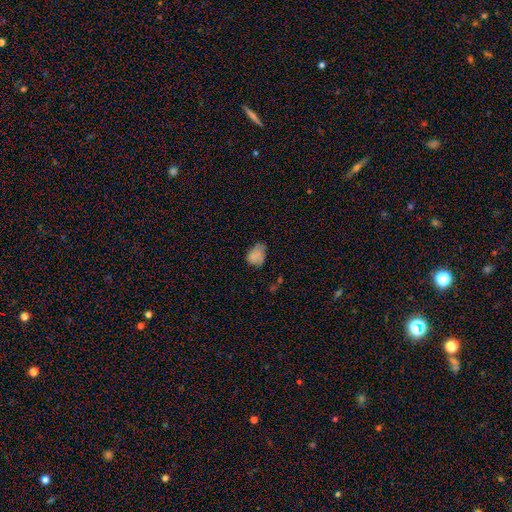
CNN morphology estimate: The model was most divided on "merging": none: 46%, minor disturbance: 37%, major disturbance: 15%, merger: 3%. More confident: smooth or featured — smooth (77%); how rounded — in between (70%).